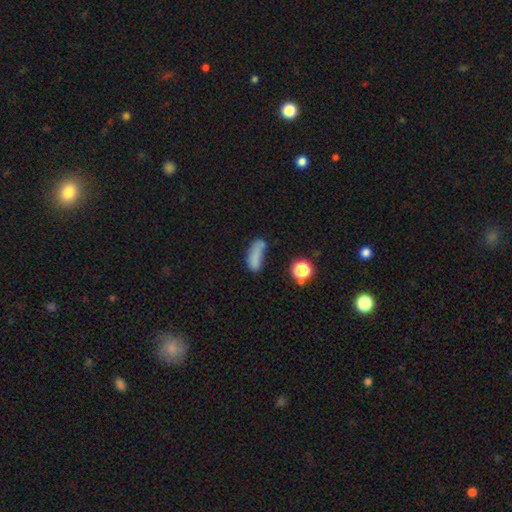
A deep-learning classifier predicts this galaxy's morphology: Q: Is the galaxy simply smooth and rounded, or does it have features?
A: smooth — 71%.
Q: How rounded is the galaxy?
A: in between — 59%.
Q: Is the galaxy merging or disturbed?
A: none — 41%.